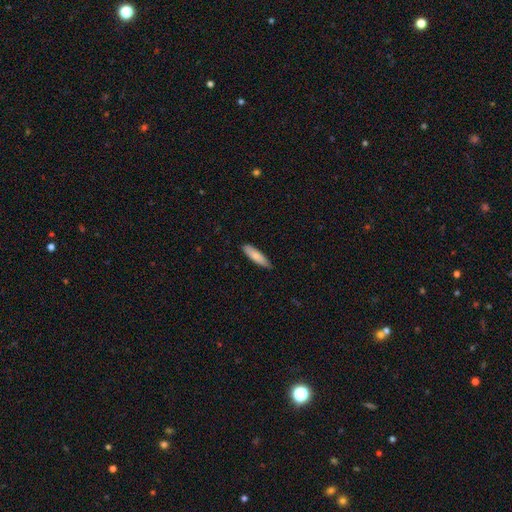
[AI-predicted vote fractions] Overall: smooth (80%). How rounded: cigar-shaped (65%; in between 33%). Merging: none (82%).